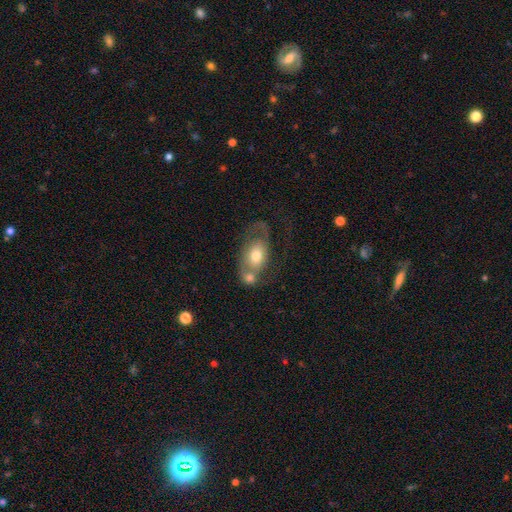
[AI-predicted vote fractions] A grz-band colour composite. It shows a smooth galaxy with no disk features (49%). Merging: merger (46%).